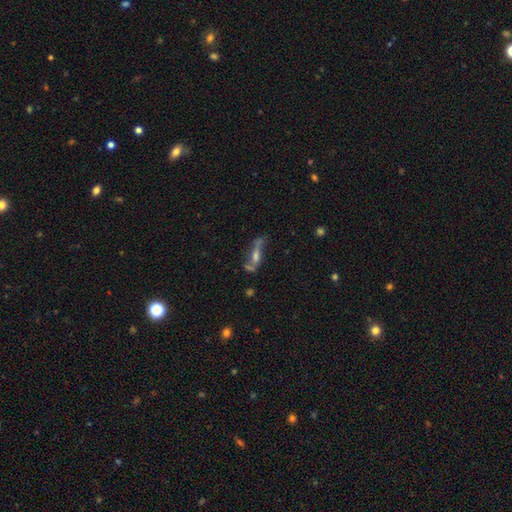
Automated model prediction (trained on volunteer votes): Morphology: type=featured or disk (62%); edge-on=no (54%); merging=none (46%).